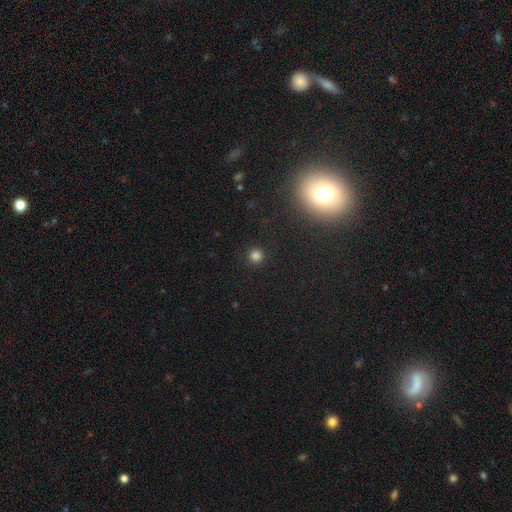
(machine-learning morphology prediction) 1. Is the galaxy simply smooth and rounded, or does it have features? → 80% smooth, 16% star or artifact, 4% featured or disk.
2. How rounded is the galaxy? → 95% round, 4% in between, 1% cigar-shaped.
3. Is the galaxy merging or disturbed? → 92% none, 5% minor disturbance, 2% major disturbance, 1% merger.